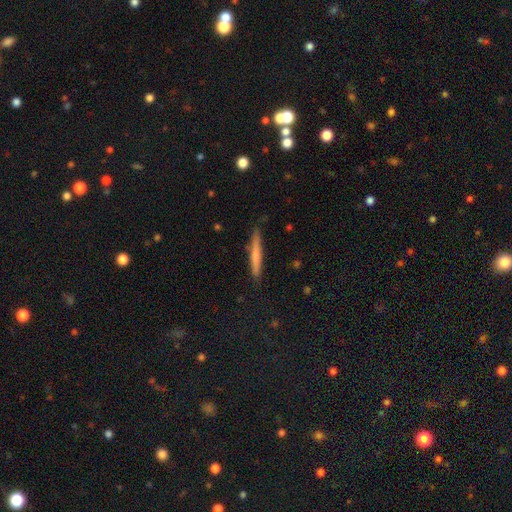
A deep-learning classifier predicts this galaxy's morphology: Smooth or featured: smooth — 62% (featured or disk — 32%)
How rounded: cigar-shaped — 96% (in between — 3%)
Merging: none — 87% (minor disturbance — 10%)